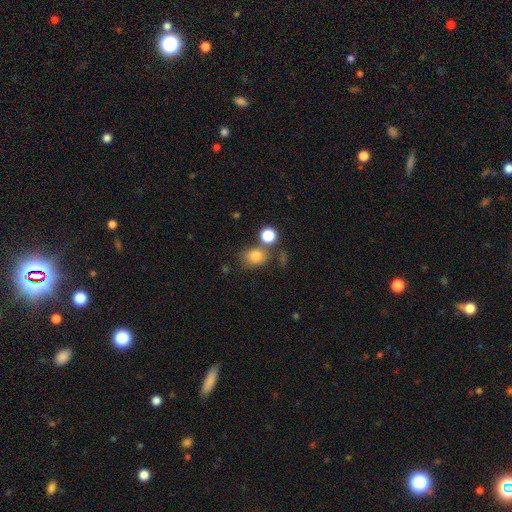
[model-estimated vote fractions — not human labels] smooth 80%, star or artifact 12%, featured or disk 8%. Down the decision tree: how rounded — round (60%); merging — none (62%).